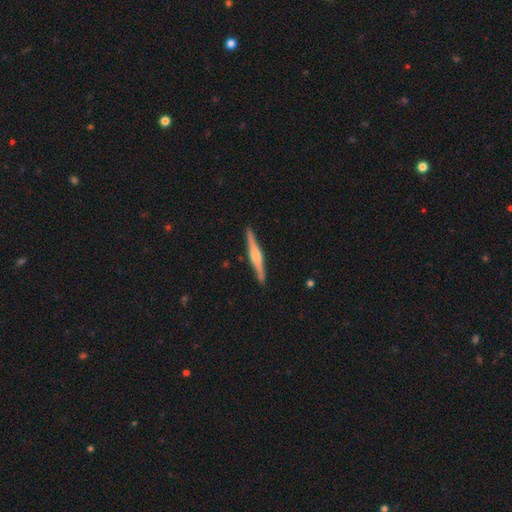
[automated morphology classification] smooth-or-featured: featured or disk: 73% | smooth: 22% | star or artifact: 5%
  disk-edge-on: yes: 98% | no: 2%
    edge-on-bulge: rounded: 71% | boxy: 21% | none: 8%
  merging: none: 91% | minor disturbance: 6% | major disturbance: 1% | merger: 1%